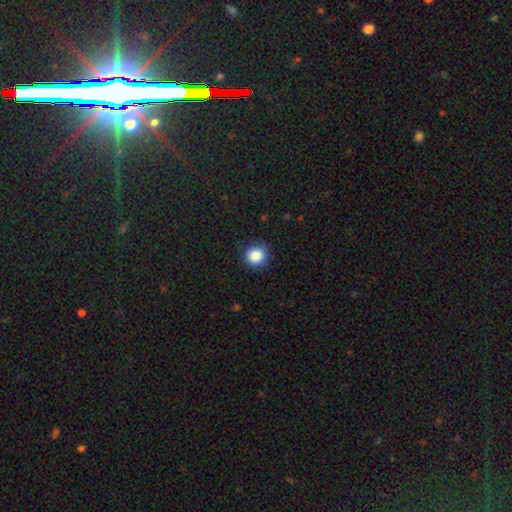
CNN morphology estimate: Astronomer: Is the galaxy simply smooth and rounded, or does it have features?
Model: smooth — 87%.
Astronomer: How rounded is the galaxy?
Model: round — 93%.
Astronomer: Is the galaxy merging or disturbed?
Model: none — 89%.